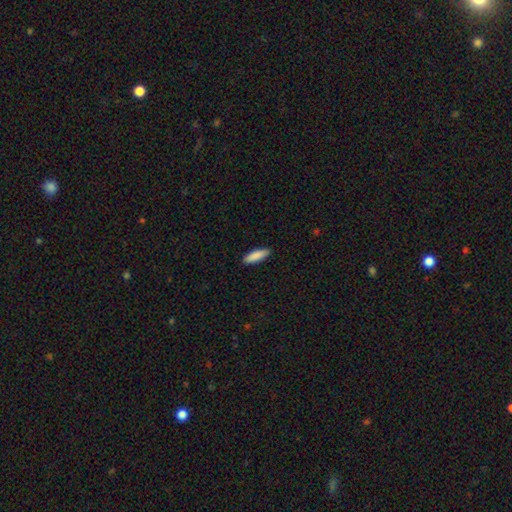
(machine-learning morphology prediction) Overall: smooth (89%). How rounded: cigar-shaped (54%; in between 45%). Merging: none (90%).